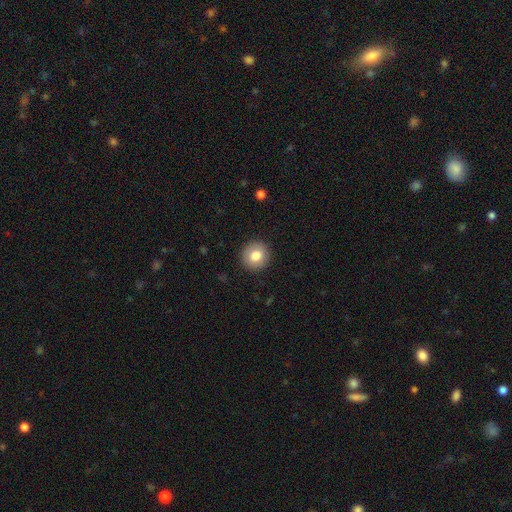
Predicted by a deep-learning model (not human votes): A smooth galaxy with no disk features (81%) that is round (91%). Merging: none (92%).